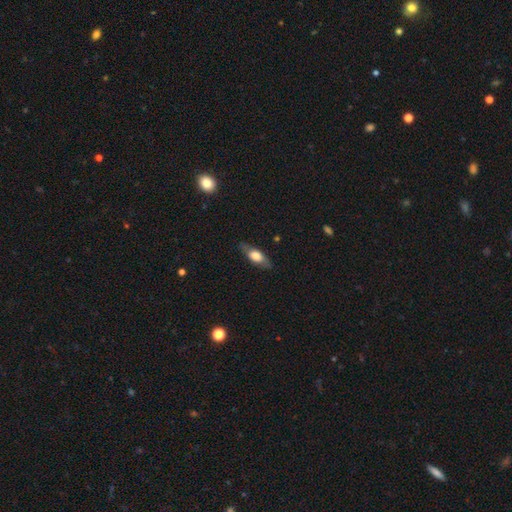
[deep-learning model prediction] Smooth or featured? Predicted: smooth (p=0.57). How rounded? Predicted: in between (p=0.69). Merging? Predicted: none (p=0.79).